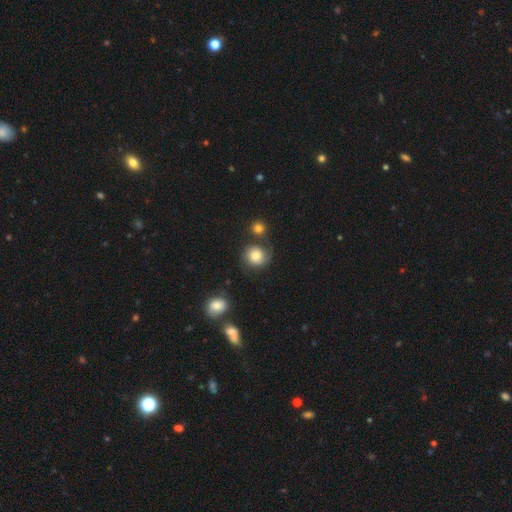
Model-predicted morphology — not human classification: type=smooth (72%); roundness=round (86%); merging=none (63%).